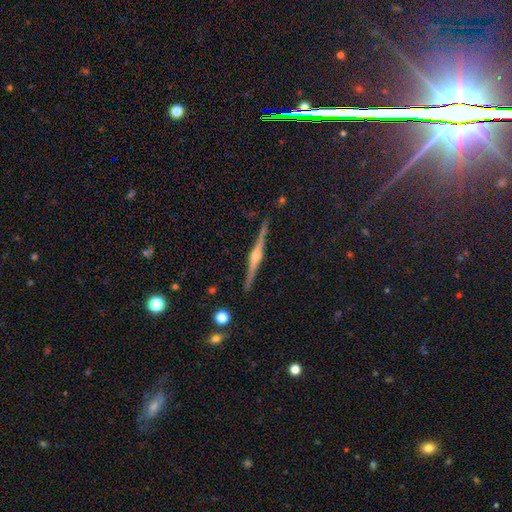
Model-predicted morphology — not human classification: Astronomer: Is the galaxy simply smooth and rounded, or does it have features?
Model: featured or disk — 84%.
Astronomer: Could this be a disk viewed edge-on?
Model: yes — 98%.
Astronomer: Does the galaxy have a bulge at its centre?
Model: rounded — 86%.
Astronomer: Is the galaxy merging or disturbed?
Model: none — 91%.